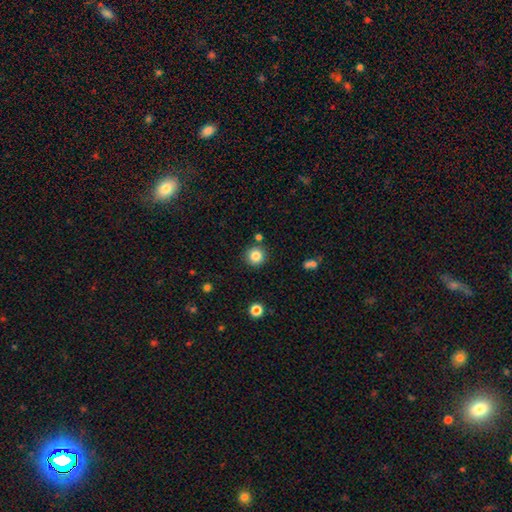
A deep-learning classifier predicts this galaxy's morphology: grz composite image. It shows a smooth galaxy with no disk features (84%) that is round (95%). Merging: none (87%).